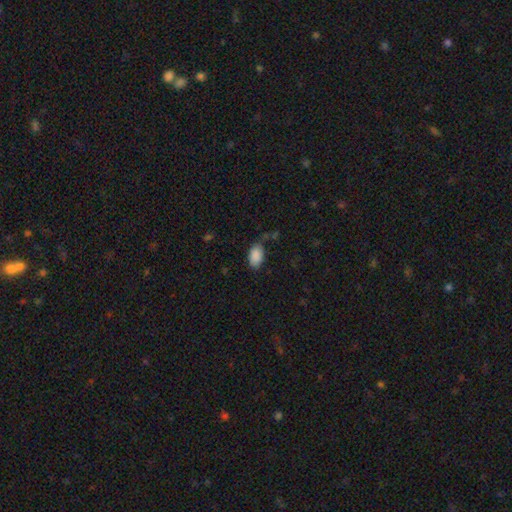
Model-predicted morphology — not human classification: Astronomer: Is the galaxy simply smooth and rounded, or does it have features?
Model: smooth — 89%.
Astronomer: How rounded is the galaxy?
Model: in between — 92%.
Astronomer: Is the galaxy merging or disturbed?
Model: none — 67%.